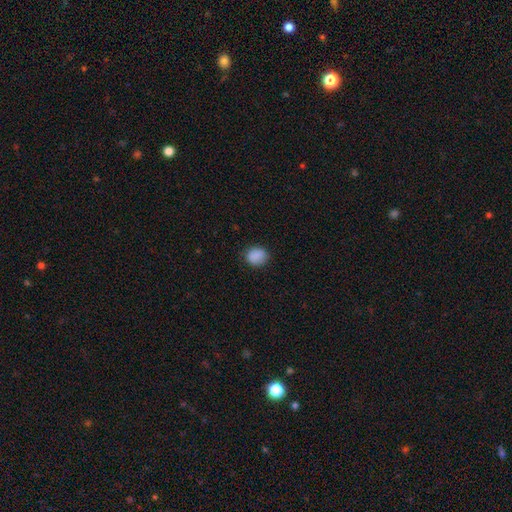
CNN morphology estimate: A smooth galaxy with no disk features (87%) that is round (62%). Merging: none (82%).